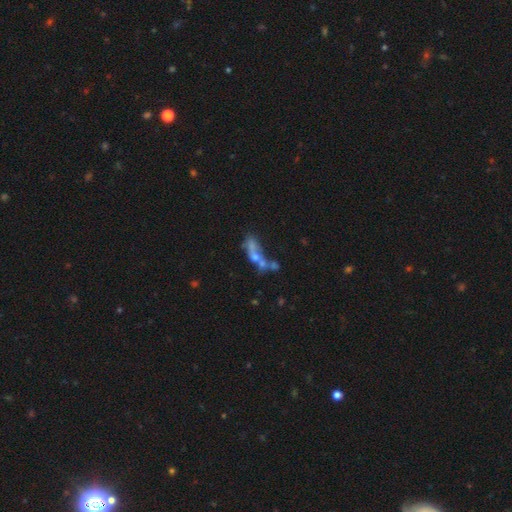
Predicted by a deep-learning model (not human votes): Smooth or featured? Predicted: featured or disk (p=0.42). Merging? Predicted: merger (p=0.50).